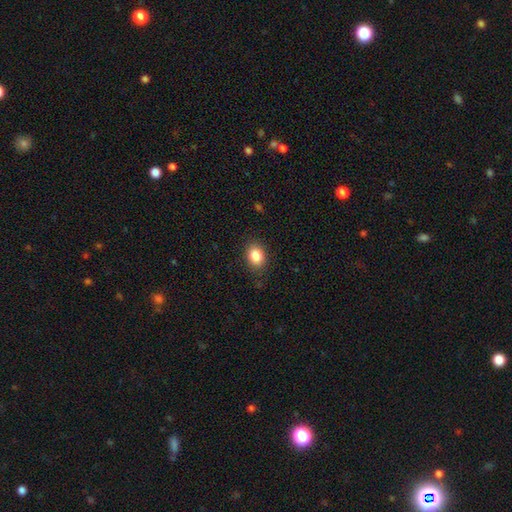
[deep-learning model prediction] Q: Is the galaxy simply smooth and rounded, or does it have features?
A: smooth — 86%.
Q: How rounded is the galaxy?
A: in between — 66%.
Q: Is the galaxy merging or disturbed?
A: none — 85%.